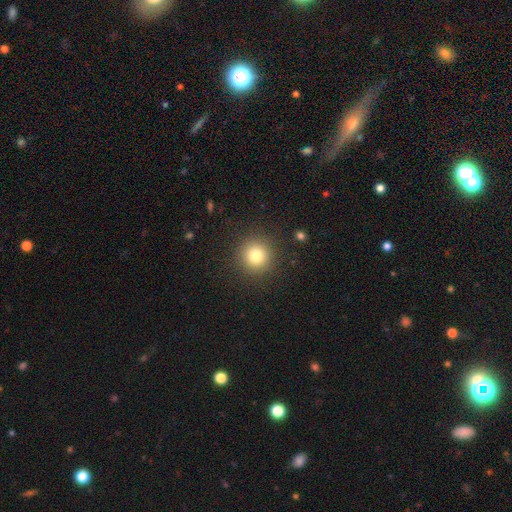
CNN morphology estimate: A smooth galaxy with no disk features (79%) that is round (95%). Merging: none (90%).